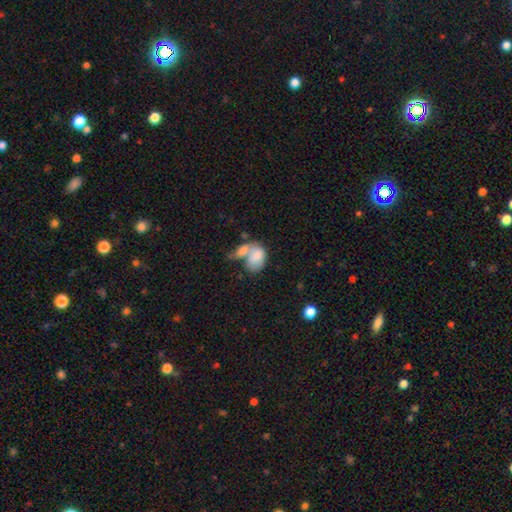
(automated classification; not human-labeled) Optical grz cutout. It shows a smooth galaxy with no disk features (71%) that is in between round and cigar-shaped (84%). Merging: merger (64%).